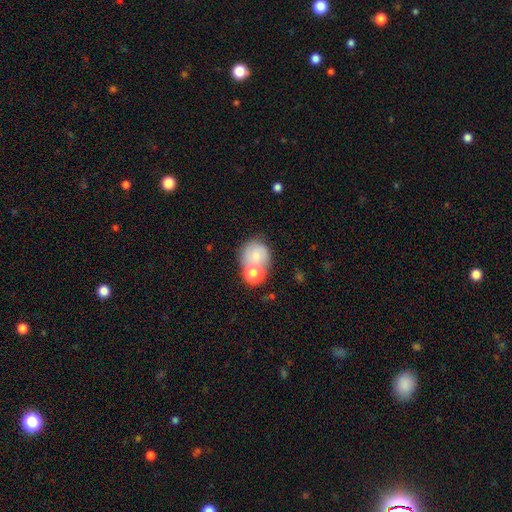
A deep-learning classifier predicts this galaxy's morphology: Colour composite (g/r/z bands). It shows a smooth galaxy with no disk features (73%) that is round (81%). Merging: merger (41%).